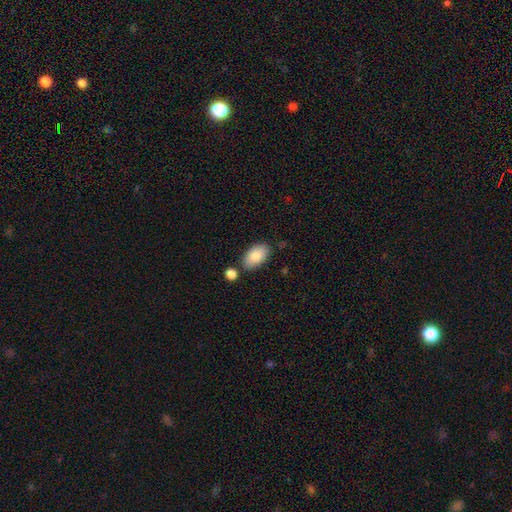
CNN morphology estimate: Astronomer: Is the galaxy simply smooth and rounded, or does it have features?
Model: smooth — 85%.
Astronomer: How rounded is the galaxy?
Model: in between — 95%.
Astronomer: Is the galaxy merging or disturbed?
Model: none — 76%.